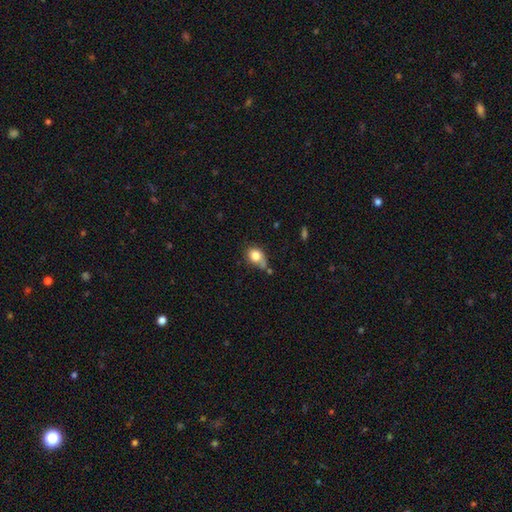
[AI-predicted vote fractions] smooth 81%, featured or disk 10%, star or artifact 9%. Down the decision tree: how rounded — in between (53%); merging — none (46%).